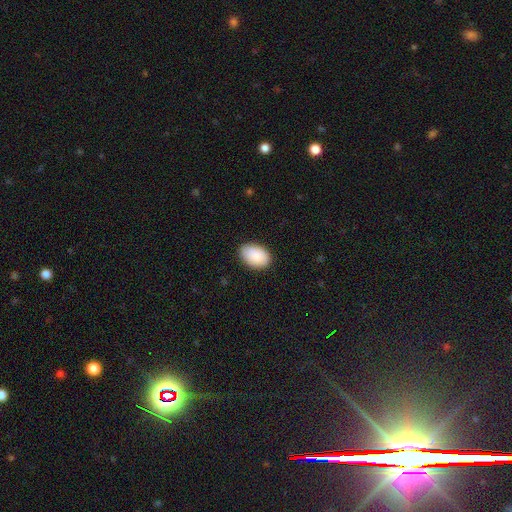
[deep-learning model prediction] smooth-or-featured: smooth: 90% | star or artifact: 6% | featured or disk: 4%
  how-rounded: in between: 90% | round: 8% | cigar-shaped: 1%
  merging: none: 84% | minor disturbance: 12% | major disturbance: 2% | merger: 1%